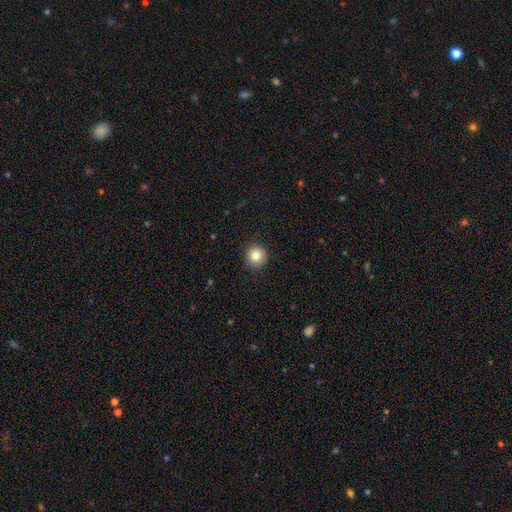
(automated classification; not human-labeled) smooth-or-featured: smooth: 83% | star or artifact: 10% | featured or disk: 7%
  how-rounded: round: 92% | in between: 8% | cigar-shaped: 1%
  merging: none: 89% | minor disturbance: 8% | major disturbance: 2% | merger: 1%